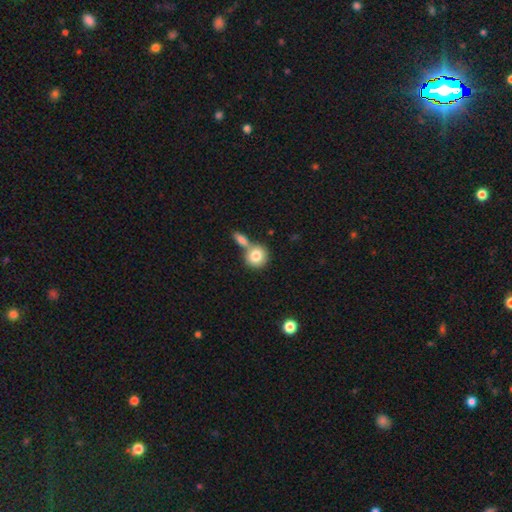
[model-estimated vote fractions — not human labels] Overall: smooth (80%). How rounded: round (84%). Merging: none (45%; merger 43%).